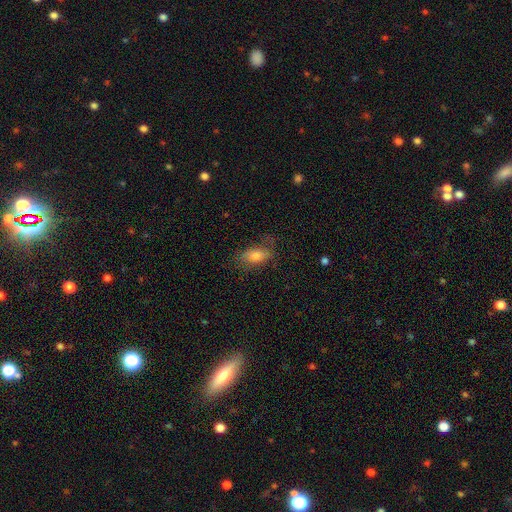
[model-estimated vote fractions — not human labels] Smooth or featured: smooth — 75% (featured or disk — 16%)
How rounded: in between — 85% (round — 8%)
Merging: none — 66% (minor disturbance — 22%)